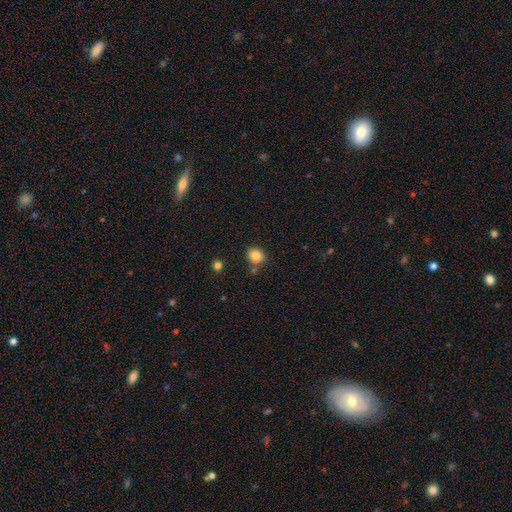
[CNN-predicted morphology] type=smooth (83%); roundness=round (72%); merging=none (72%).